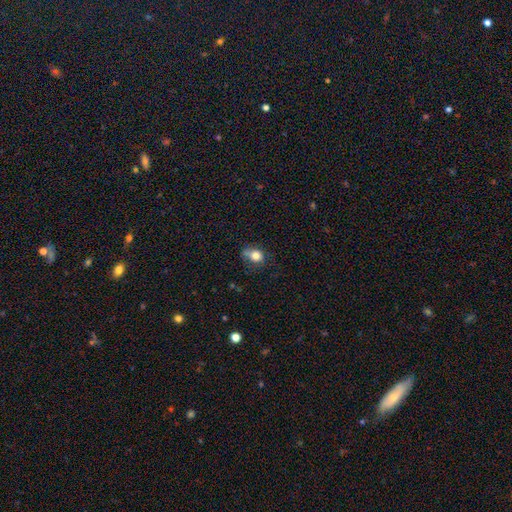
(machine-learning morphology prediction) The model was most divided on "how rounded": round: 52%, in between: 47%, cigar-shaped: 1%. Remaining: smooth or featured — smooth (77%); merging — none (45%).